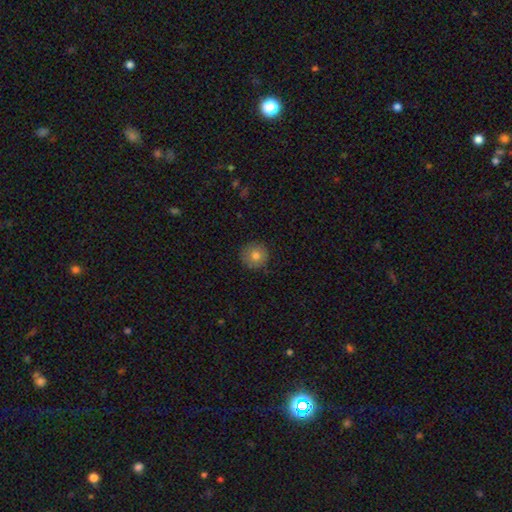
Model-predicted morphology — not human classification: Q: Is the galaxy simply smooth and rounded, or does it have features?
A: smooth — 80%.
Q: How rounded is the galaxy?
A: round — 94%.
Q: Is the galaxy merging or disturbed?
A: none — 88%.